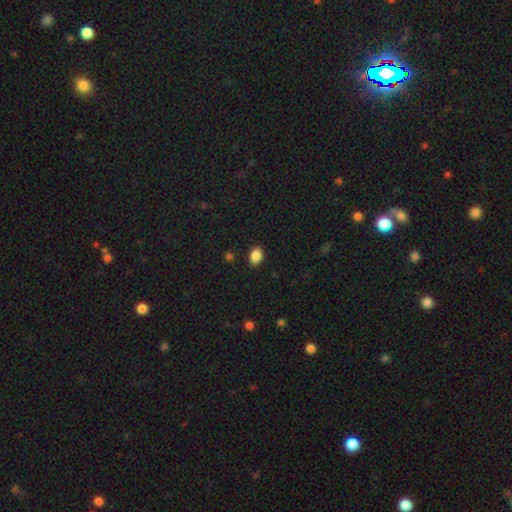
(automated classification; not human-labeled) A smooth galaxy with no disk features (88%) that is in between round and cigar-shaped (80%).

Vote fractions:
- Smooth or featured? smooth: 88% / star or artifact: 9% / featured or disk: 3%
- How rounded? in between: 80% / round: 19% / cigar-shaped: 1%
- Merging? none: 88% / minor disturbance: 9% / major disturbance: 2% / merger: 1%